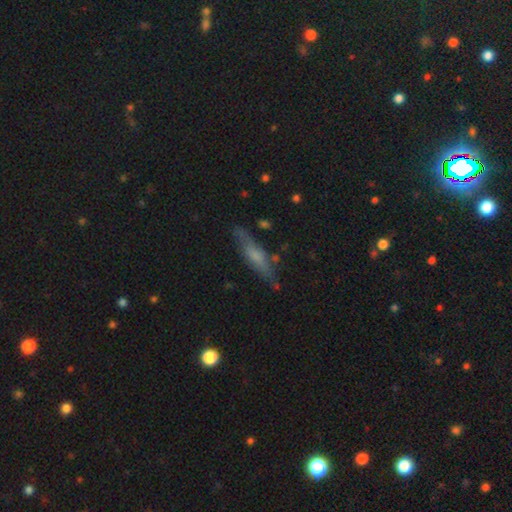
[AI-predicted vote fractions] Smooth or featured? smooth (47%)
Merging? none (75%)